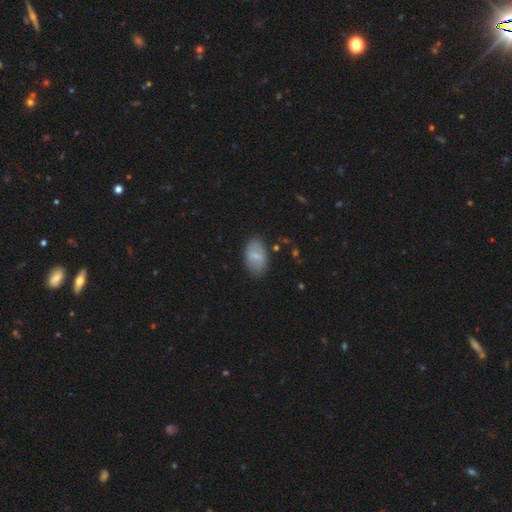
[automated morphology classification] type=smooth (71%); roundness=in between (91%); merging=none (78%).